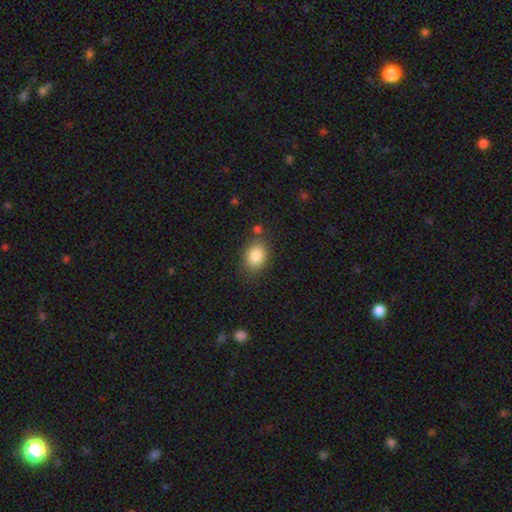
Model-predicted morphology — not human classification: Q: Smooth or featured?
A: smooth (85%); runner-up: star or artifact (9%)
Q: How rounded?
A: in between (70%); runner-up: round (29%)
Q: Merging?
A: none (78%); runner-up: minor disturbance (14%)